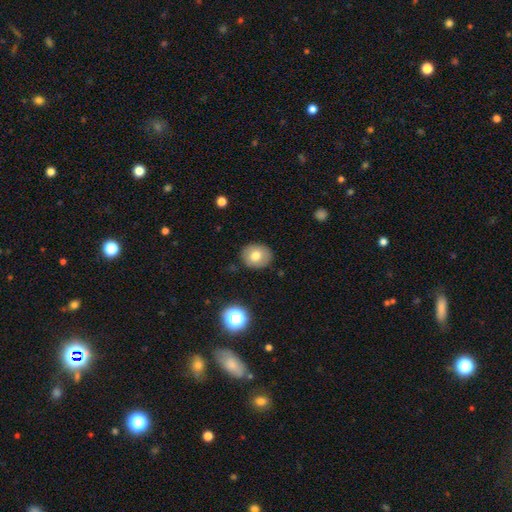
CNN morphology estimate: This appears to be a smooth galaxy with no disk features (73%) that is round (63%). Merging: none (86%).